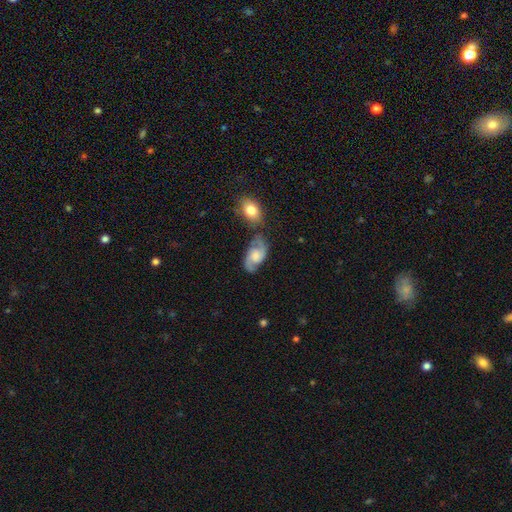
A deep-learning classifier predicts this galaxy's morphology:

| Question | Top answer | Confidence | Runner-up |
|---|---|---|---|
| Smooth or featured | featured or disk | 77% | smooth (17%) |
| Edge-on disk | no | 97% | yes (3%) |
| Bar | no | 59% | weak (35%) |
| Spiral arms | yes | 95% | no (5%) |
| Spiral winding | medium | 53% | loose (27%) |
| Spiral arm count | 2 | 92% | can't tell (3%) |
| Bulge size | moderate | 37% | small (23%) |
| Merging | none | 67% | minor disturbance (17%) |